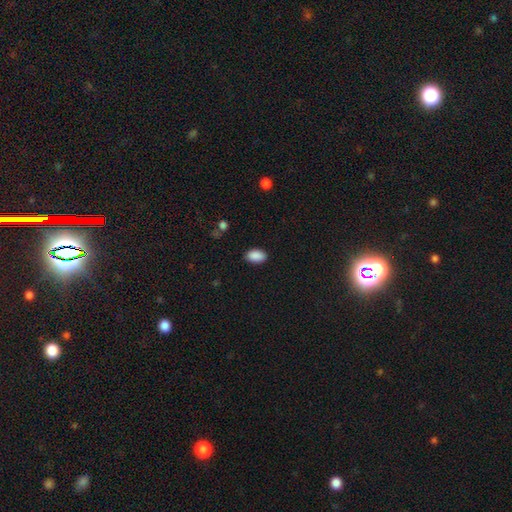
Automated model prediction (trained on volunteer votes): A smooth galaxy with no disk features (89%) that is in between round and cigar-shaped (90%). Merging: none (87%).